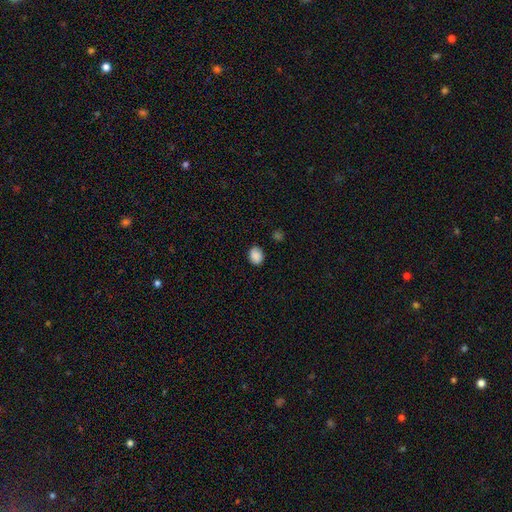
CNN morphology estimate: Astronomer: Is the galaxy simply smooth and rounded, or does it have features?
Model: smooth — 88%.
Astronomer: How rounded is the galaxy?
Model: in between — 52% (runner-up: round, 47%).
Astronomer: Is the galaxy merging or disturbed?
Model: none — 83%.